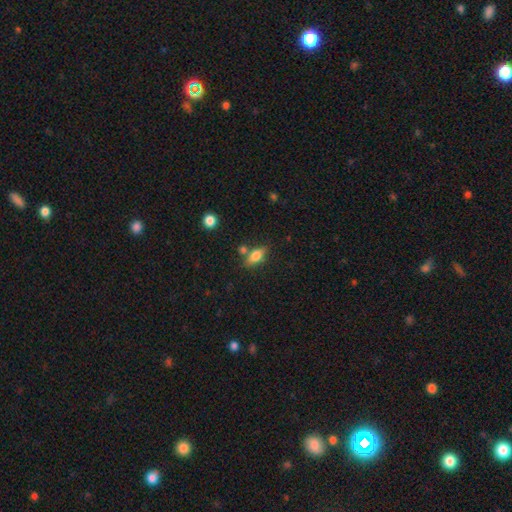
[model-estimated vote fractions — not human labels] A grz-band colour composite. It shows a smooth galaxy with no disk features (73%) that is in between round and cigar-shaped (80%). Merging: none (67%).